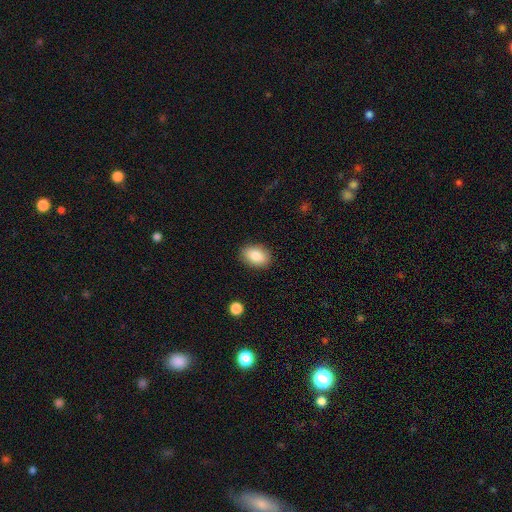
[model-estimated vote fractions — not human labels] smooth_or_featured: smooth (p=0.86) [alt: star or artifact p=0.07]
how_rounded: in between (p=0.84) [alt: round p=0.15]
merging: none (p=0.87) [alt: minor disturbance p=0.09]